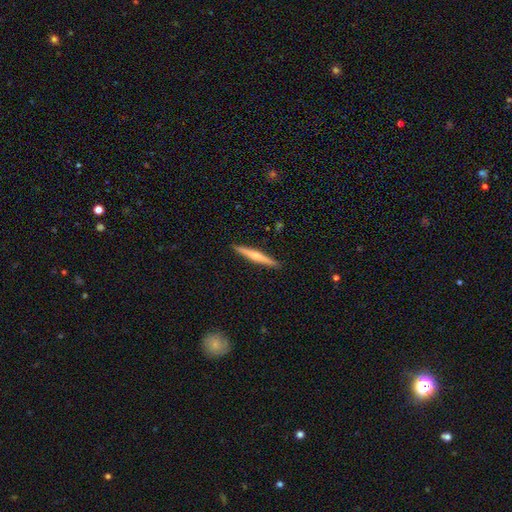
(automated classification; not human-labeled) featured or disk 55%, smooth 40%, star or artifact 5%. Down the decision tree: edge-on disk — yes (98%); edge-on bulge — rounded (70%); merging — none (92%).